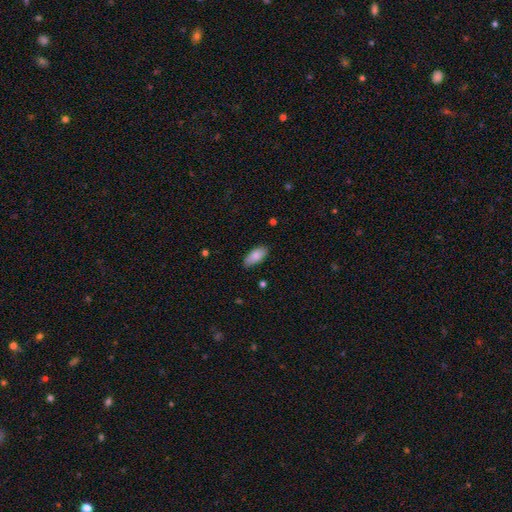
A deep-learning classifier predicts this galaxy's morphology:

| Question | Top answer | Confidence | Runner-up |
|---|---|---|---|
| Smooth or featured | smooth | 85% | featured or disk (9%) |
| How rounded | in between | 89% | cigar-shaped (9%) |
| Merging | none | 84% | minor disturbance (13%) |